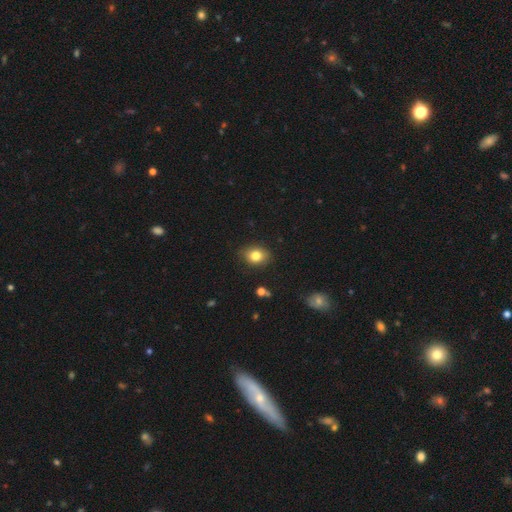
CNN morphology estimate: Smooth or featured?
  - smooth: 81% *
  - star or artifact: 10%
  - featured or disk: 9%
How rounded?
  - in between: 59% *
  - round: 40%
  - cigar-shaped: 1%
Merging?
  - none: 85% *
  - minor disturbance: 11%
  - major disturbance: 2%
  - merger: 1%